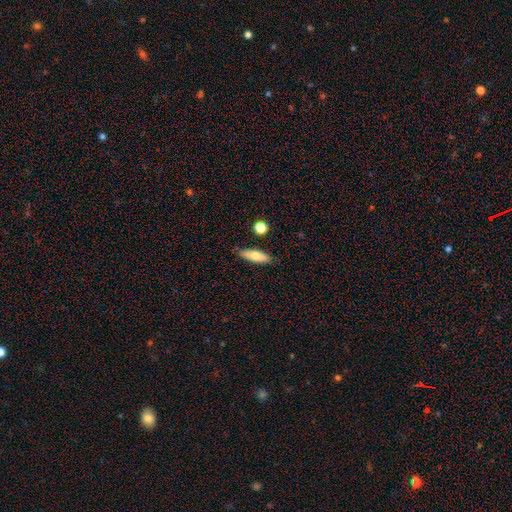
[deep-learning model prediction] Smooth or featured: smooth — 69% (featured or disk — 24%)
How rounded: in between — 50% (cigar-shaped — 48%)
Merging: none — 82% (minor disturbance — 12%)